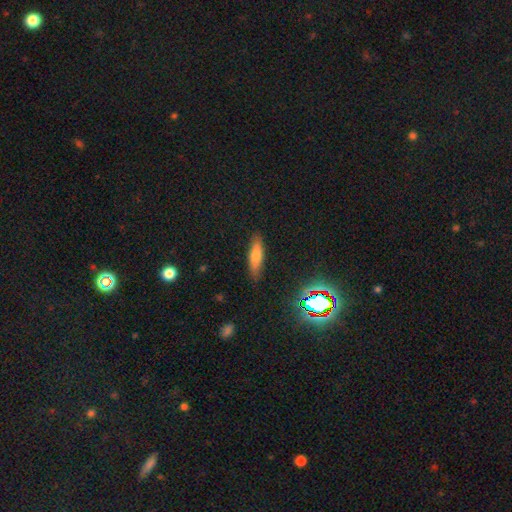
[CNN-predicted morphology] A smooth galaxy with no disk features (65%) that is cigar-shaped (62%). Merging: none (86%).